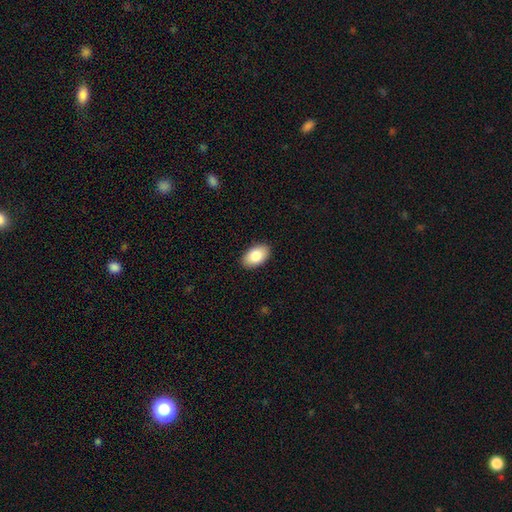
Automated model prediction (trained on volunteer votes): Smooth or featured?
  - smooth: 85% *
  - featured or disk: 9%
  - star or artifact: 6%
How rounded?
  - in between: 94% *
  - round: 4%
  - cigar-shaped: 1%
Merging?
  - none: 89% *
  - minor disturbance: 8%
  - major disturbance: 2%
  - merger: 1%